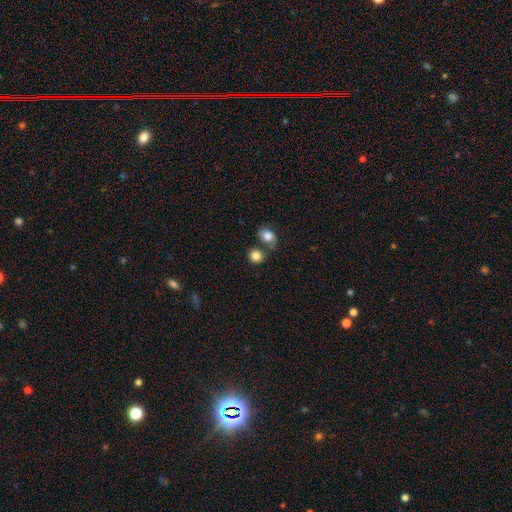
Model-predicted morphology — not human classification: Smooth or featured: smooth — 83% (star or artifact — 9%)
How rounded: round — 77% (in between — 22%)
Merging: none — 49% (merger — 36%)